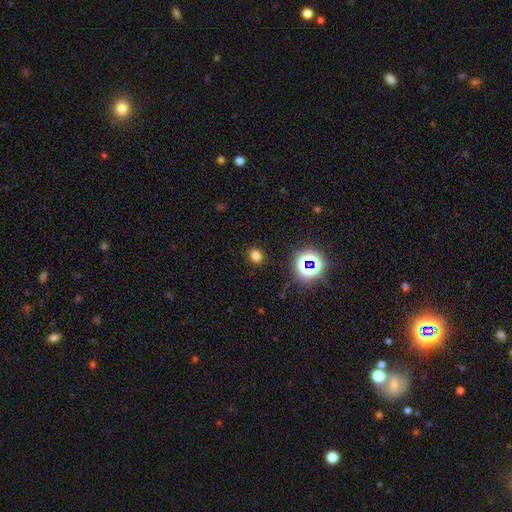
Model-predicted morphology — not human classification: Smooth or featured: smooth — 72% (star or artifact — 22%)
How rounded: in between — 50% (round — 49%)
Merging: none — 87% (minor disturbance — 8%)